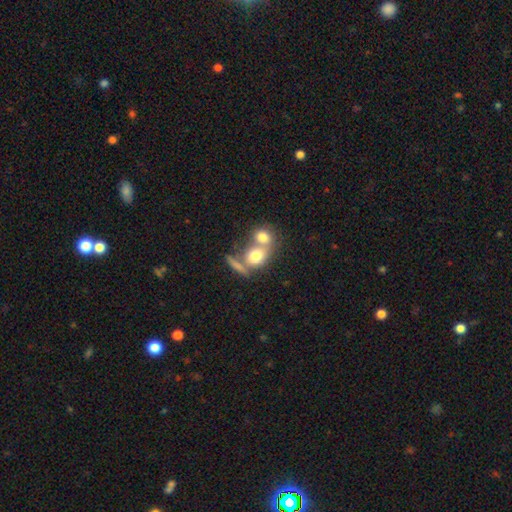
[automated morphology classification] This appears to be a smooth galaxy with no disk features (71%) that is round (55%). Merging: merger (59%).